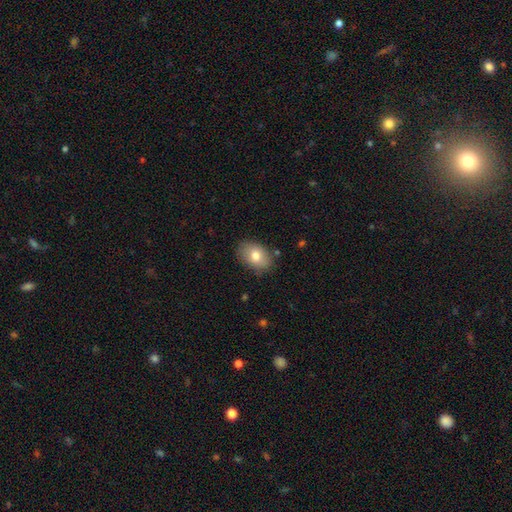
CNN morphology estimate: Overall: smooth (78%). How rounded: in between (82%). Merging: none (81%).